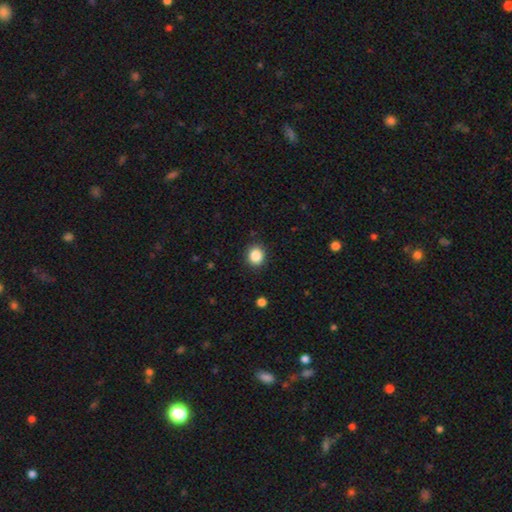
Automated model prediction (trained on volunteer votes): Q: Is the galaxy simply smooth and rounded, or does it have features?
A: smooth — 86%.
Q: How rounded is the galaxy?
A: round — 79%.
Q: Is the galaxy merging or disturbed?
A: none — 90%.